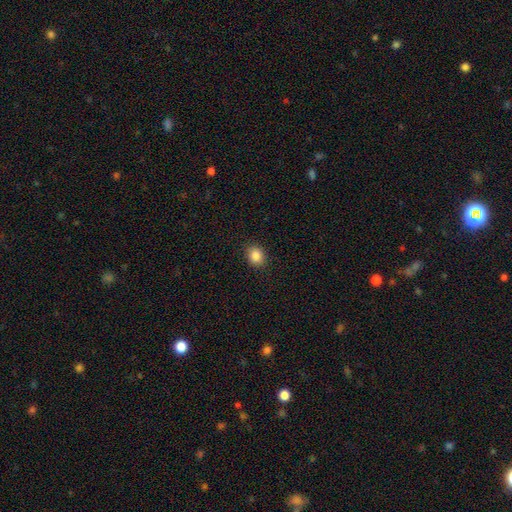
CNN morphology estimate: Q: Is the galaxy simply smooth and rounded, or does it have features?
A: smooth — 86%.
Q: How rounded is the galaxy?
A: round — 72%.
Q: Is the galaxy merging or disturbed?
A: none — 89%.